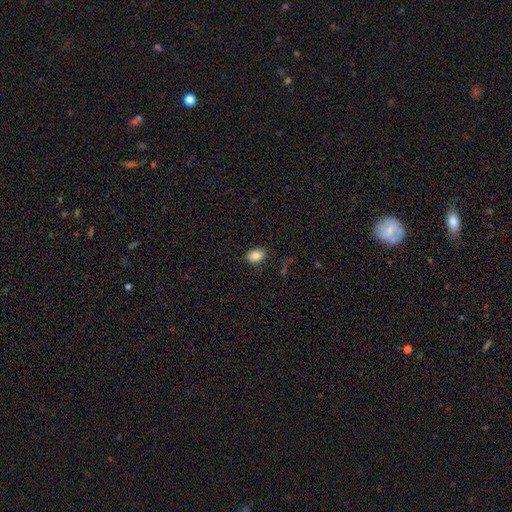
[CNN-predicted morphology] smooth 87%, star or artifact 9%, featured or disk 5%. Down the decision tree: how rounded — in between (69%); merging — none (86%).